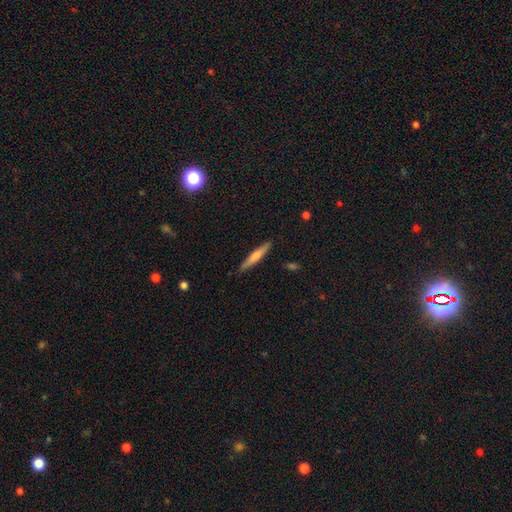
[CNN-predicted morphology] A smooth galaxy with no disk features (47%). Merging: none (90%).